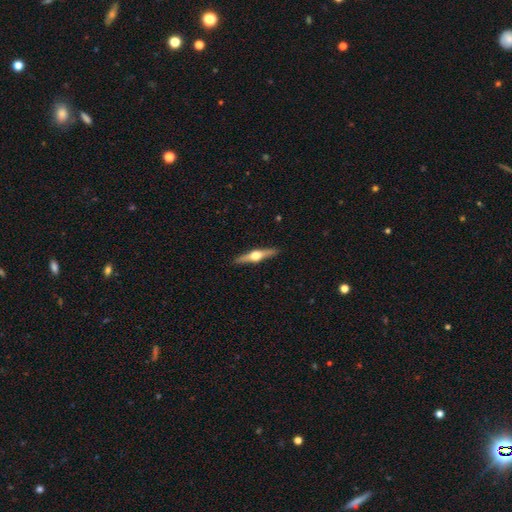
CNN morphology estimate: Smooth or featured?
  - featured or disk: 73% *
  - smooth: 22%
  - star or artifact: 5%
Edge-on disk?
  - yes: 98% *
  - no: 2%
Edge-on bulge?
  - rounded: 96% *
  - boxy: 2%
  - none: 2%
Merging?
  - none: 92% *
  - minor disturbance: 6%
  - major disturbance: 1%
  - merger: 1%